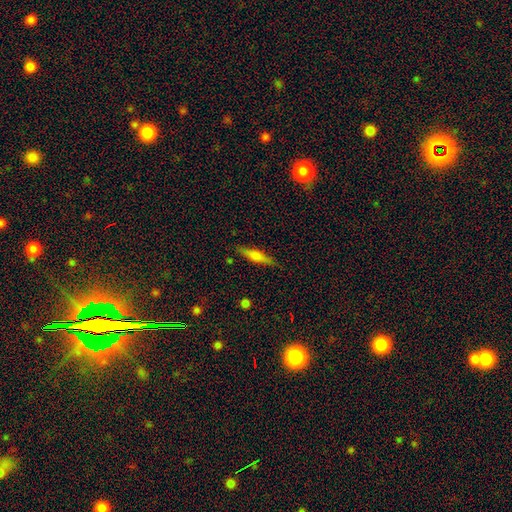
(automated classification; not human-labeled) smooth-or-featured: smooth: 50% | featured or disk: 42% | star or artifact: 8%
  merging: none: 85% | minor disturbance: 11% | major disturbance: 2% | merger: 2%